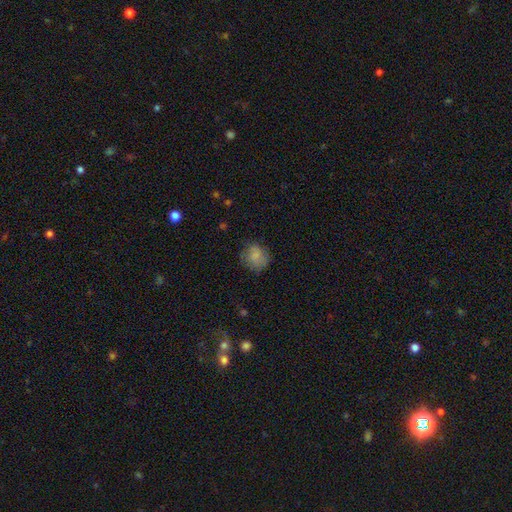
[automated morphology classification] Smooth or featured? Predicted: smooth (p=0.80). How rounded? Predicted: round (p=0.76). Merging? Predicted: none (p=0.71).